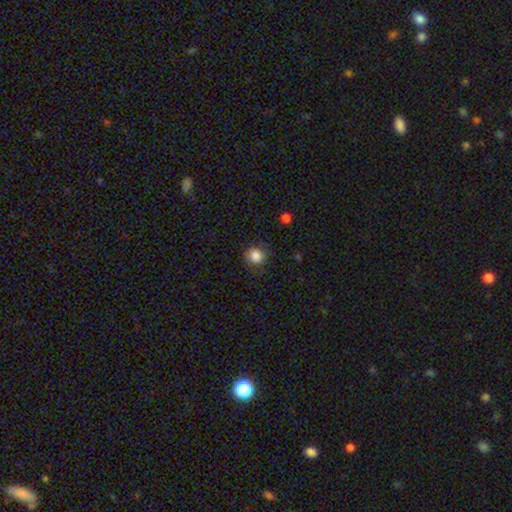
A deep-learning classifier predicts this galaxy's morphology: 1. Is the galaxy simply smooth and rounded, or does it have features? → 85% smooth, 10% star or artifact, 5% featured or disk.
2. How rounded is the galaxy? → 86% round, 13% in between, 1% cigar-shaped.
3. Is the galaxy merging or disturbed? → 80% none, 15% minor disturbance, 5% major disturbance, 1% merger.